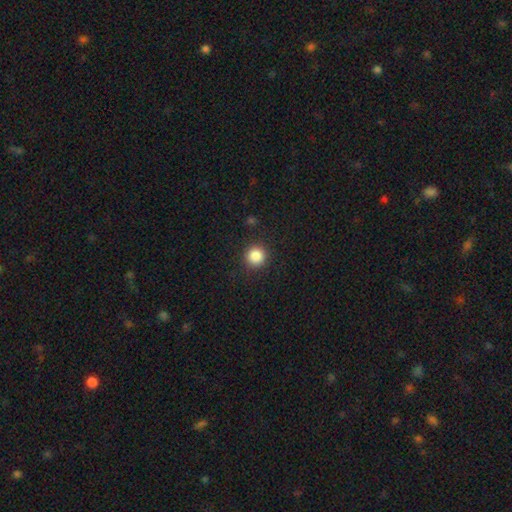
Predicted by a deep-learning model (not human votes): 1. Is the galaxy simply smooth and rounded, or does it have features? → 86% smooth, 10% star or artifact, 4% featured or disk.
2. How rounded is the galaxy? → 94% round, 5% in between, 1% cigar-shaped.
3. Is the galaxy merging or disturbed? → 91% none, 6% minor disturbance, 2% major disturbance, 1% merger.